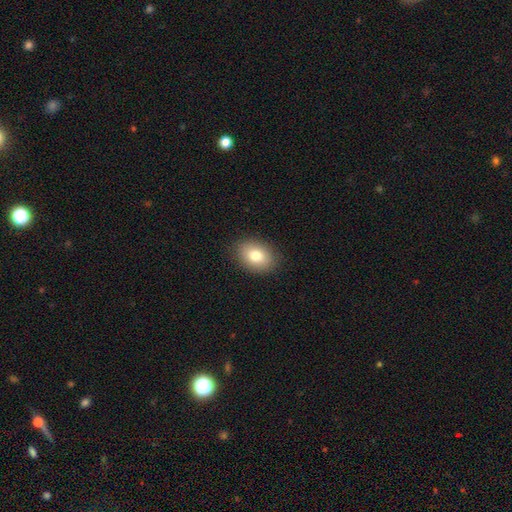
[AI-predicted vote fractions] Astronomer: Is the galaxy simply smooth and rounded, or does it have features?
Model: smooth — 80%.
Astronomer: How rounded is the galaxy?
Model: in between — 73%.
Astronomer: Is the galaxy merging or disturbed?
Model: none — 88%.